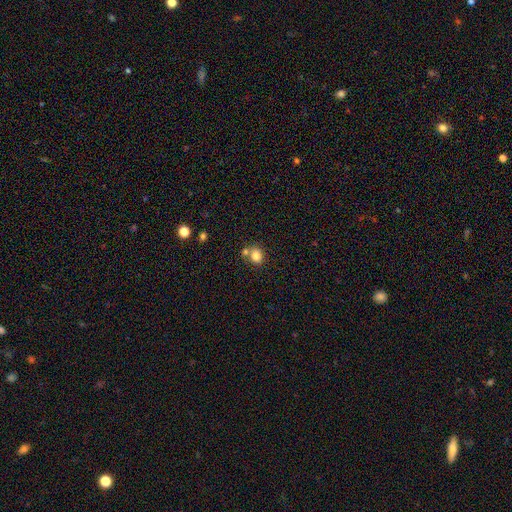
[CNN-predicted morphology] smooth 81%, star or artifact 11%, featured or disk 8%. Down the decision tree: how rounded — round (65%); merging — none (56%).